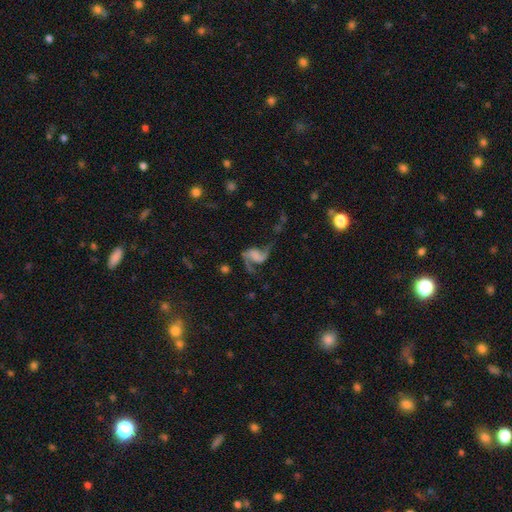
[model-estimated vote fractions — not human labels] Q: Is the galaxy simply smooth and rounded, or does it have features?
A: featured or disk — 82%.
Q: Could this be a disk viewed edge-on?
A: no — 98%.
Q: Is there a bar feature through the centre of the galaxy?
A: no — 52%.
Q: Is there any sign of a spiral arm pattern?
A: yes — 95%.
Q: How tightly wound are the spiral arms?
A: loose — 68%.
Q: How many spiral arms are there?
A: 2 — 90%.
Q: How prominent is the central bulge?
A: none — 57%.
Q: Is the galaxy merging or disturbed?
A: none — 57%.